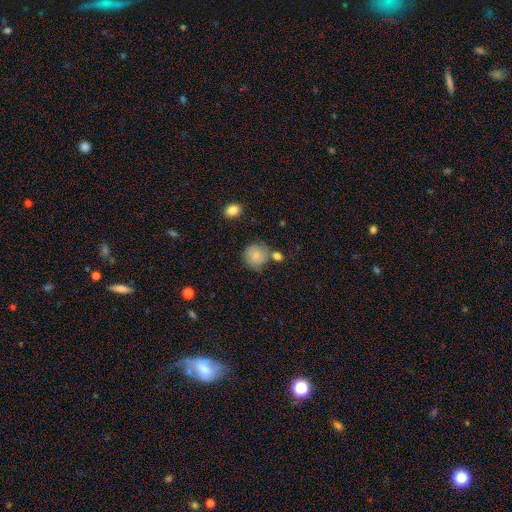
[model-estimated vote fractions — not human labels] Smooth or featured?
  - smooth: 74% *
  - featured or disk: 18%
  - star or artifact: 8%
How rounded?
  - round: 87% *
  - in between: 12%
  - cigar-shaped: 1%
Merging?
  - none: 58% *
  - minor disturbance: 20%
  - merger: 15%
  - major disturbance: 7%